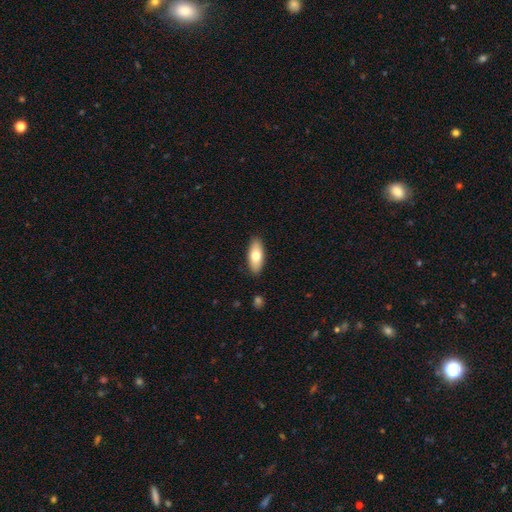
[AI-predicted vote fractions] This is likely a smooth galaxy (72%). How rounded: likely in between (76%). Merging: clearly none (89%).